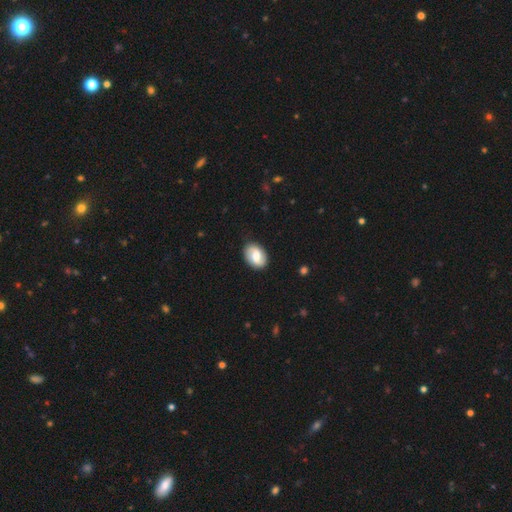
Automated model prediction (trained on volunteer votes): smooth 53%, featured or disk 40%, star or artifact 7%. Down the decision tree: how rounded — in between (81%); merging — none (86%).